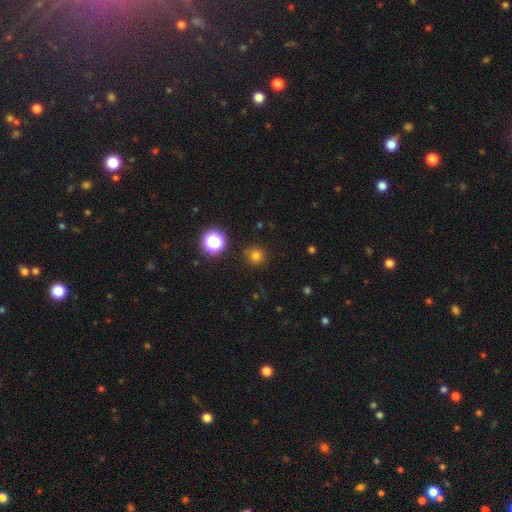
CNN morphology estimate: type=smooth (75%); roundness=round (93%); merging=none (87%).